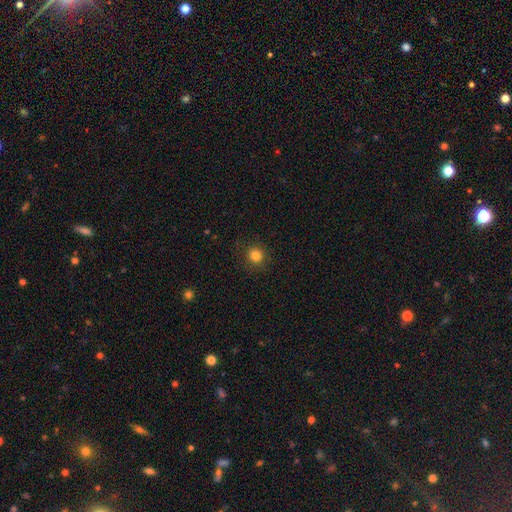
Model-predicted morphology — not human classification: Q: Smooth or featured?
A: smooth (83%); runner-up: star or artifact (13%)
Q: How rounded?
A: round (93%); runner-up: in between (6%)
Q: Merging?
A: none (90%); runner-up: minor disturbance (7%)